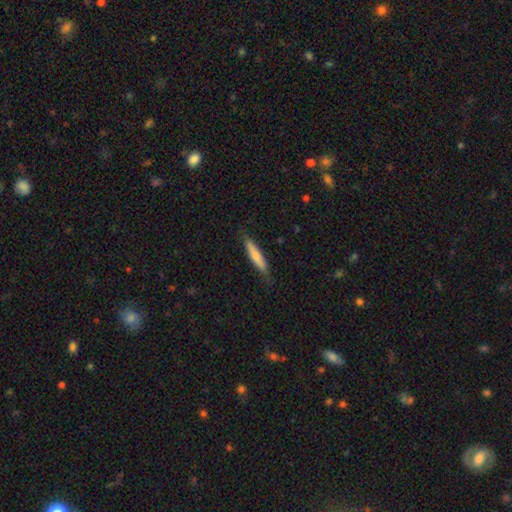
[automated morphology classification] Smooth or featured? smooth (65%)
How rounded? cigar-shaped (85%)
Merging? none (83%)